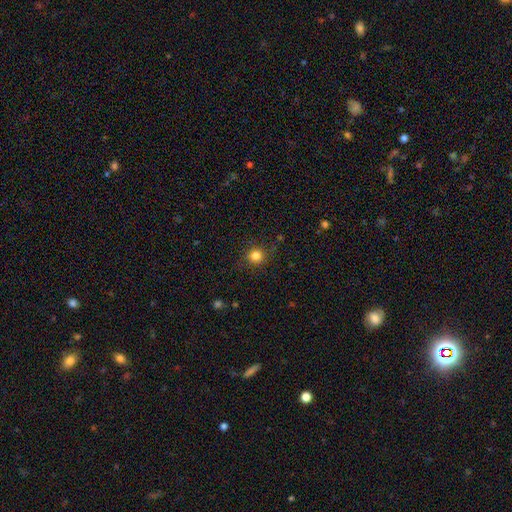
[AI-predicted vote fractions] smooth 82%, star or artifact 13%, featured or disk 5%. Down the decision tree: how rounded — round (92%); merging — none (87%).